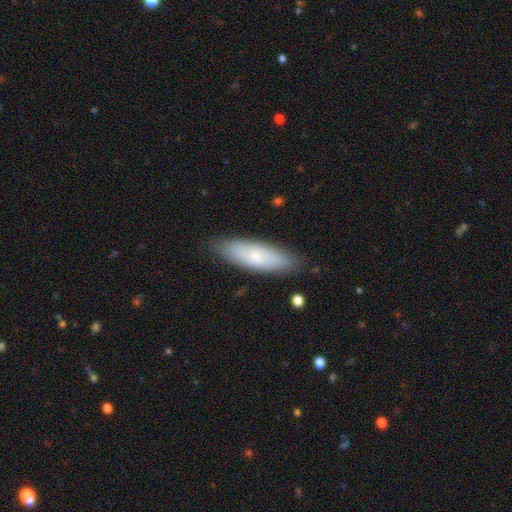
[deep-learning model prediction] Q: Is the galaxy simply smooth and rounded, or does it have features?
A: smooth — 71%.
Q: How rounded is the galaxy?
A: cigar-shaped — 50%.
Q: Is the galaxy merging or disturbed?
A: none — 85%.